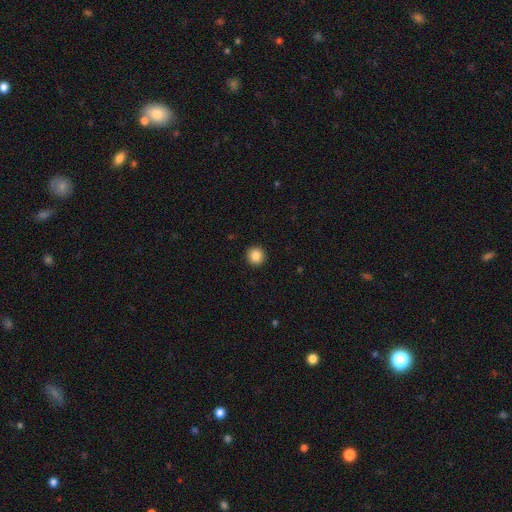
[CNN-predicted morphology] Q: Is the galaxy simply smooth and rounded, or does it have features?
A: smooth — 86%.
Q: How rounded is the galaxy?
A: round — 95%.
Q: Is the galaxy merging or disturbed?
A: none — 93%.